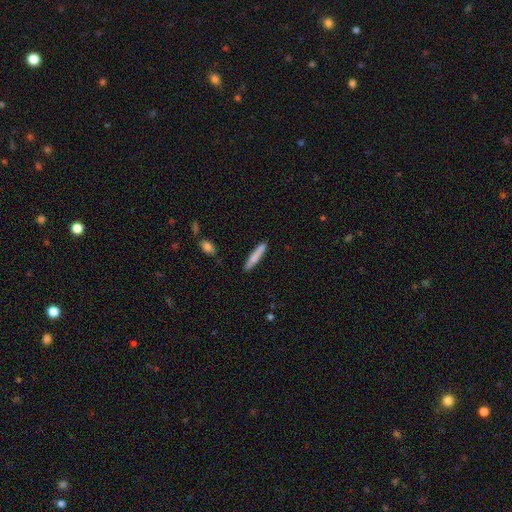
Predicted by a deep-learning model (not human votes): This appears to be a smooth galaxy with no disk features (77%) that is cigar-shaped (93%). Merging: none (87%).